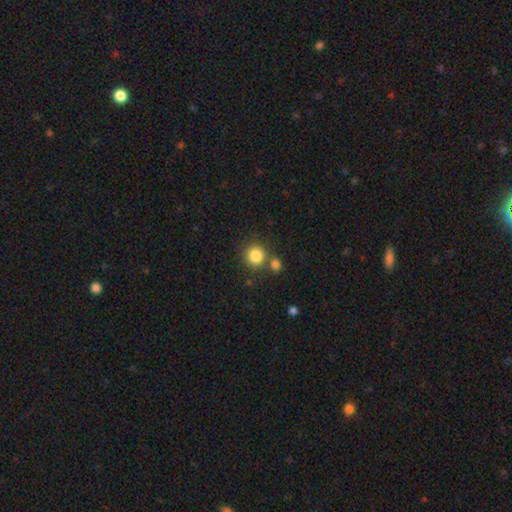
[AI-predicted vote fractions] Smooth or featured?
  - smooth: 84% *
  - star or artifact: 10%
  - featured or disk: 5%
How rounded?
  - round: 91% *
  - in between: 8%
  - cigar-shaped: 1%
Merging?
  - none: 71% *
  - merger: 18%
  - minor disturbance: 8%
  - major disturbance: 3%